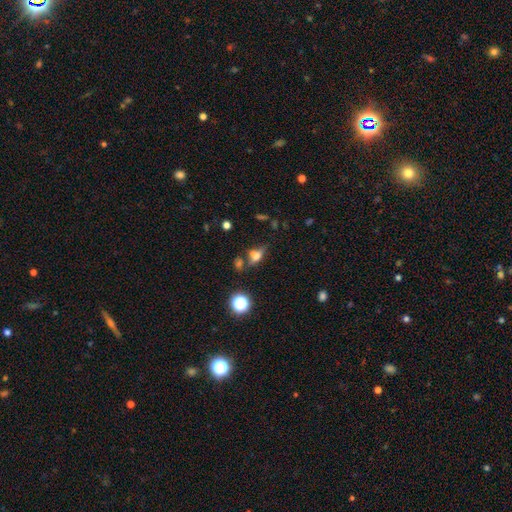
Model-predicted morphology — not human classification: The model was most divided on "merging": none: 44%, merger: 24%, minor disturbance: 19%, major disturbance: 13%. More confident: how rounded — in between (60%); smooth or featured — smooth (53%).